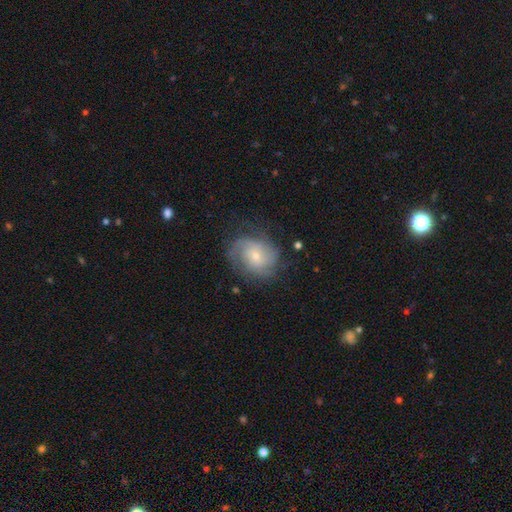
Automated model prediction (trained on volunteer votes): This appears to be a featured or disk galaxy (69%) with no bar (68%), tight (45%) spiral arms (90%) and a small central bulge (66%). Merging: none (64%).